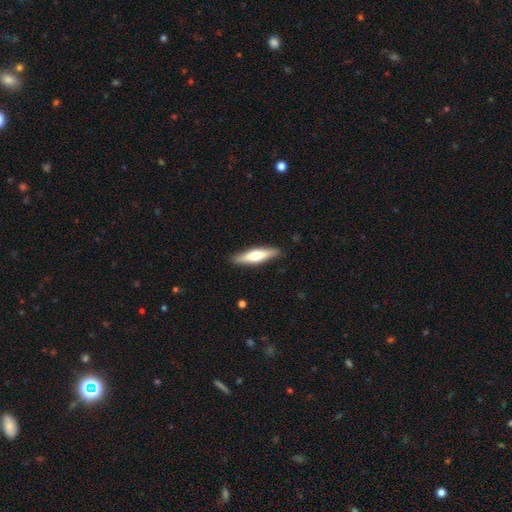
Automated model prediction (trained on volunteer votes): Q: Smooth or featured?
A: smooth (49%); runner-up: featured or disk (46%)
Q: Merging?
A: none (89%); runner-up: minor disturbance (8%)